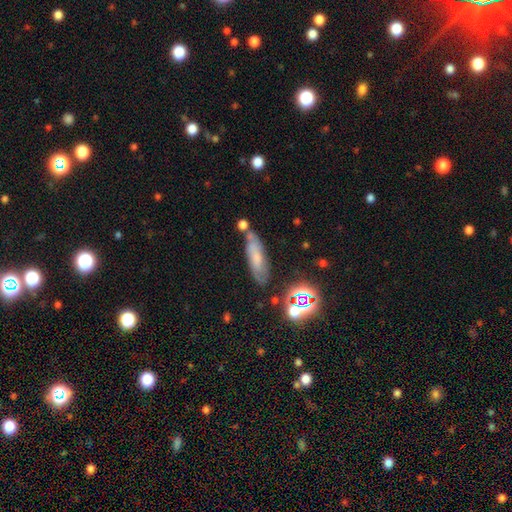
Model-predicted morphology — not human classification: A smooth galaxy with no disk features (54%) that is cigar-shaped (53%).

Vote fractions:
- Smooth or featured? smooth: 54% / featured or disk: 29% / star or artifact: 17%
- How rounded? cigar-shaped: 53% / in between: 43% / round: 4%
- Merging? none: 68% / minor disturbance: 17% / merger: 9% / major disturbance: 5%